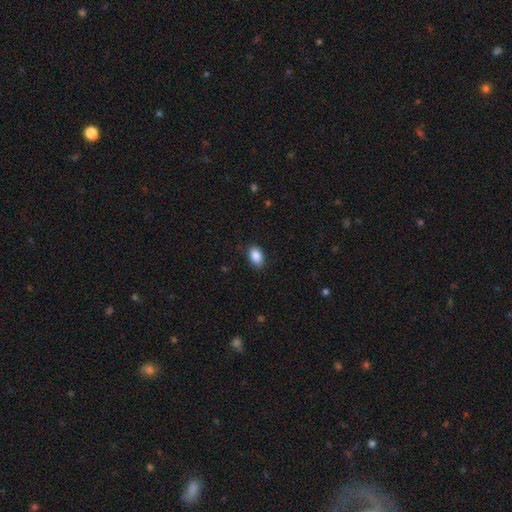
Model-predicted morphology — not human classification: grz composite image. It shows a smooth galaxy with no disk features (89%) that is in between round and cigar-shaped (90%). Merging: none (87%).